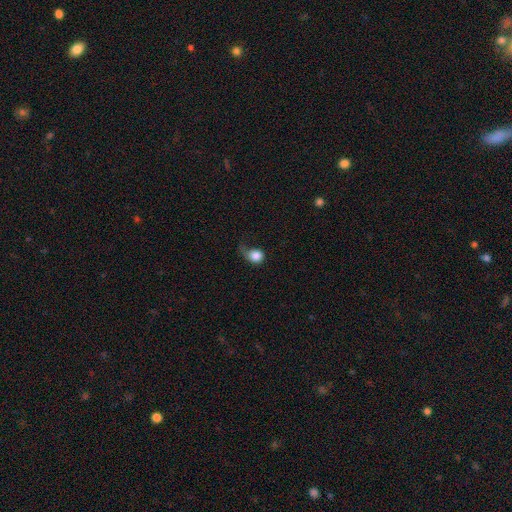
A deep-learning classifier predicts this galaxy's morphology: Smooth or featured? smooth (78%)
How rounded? round (70%)
Merging? major disturbance (39%)